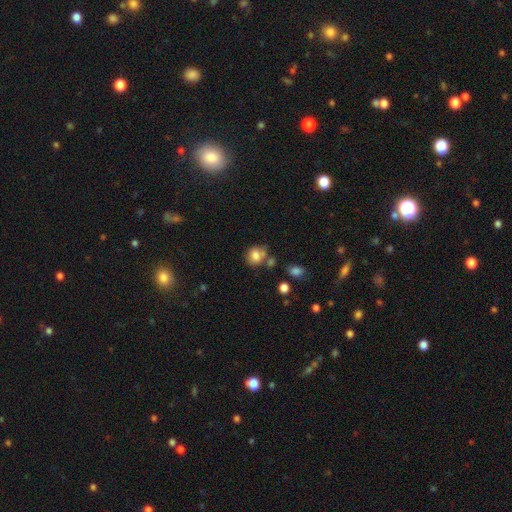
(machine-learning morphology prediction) Q: Smooth or featured?
A: smooth (78%); runner-up: featured or disk (12%)
Q: How rounded?
A: round (60%); runner-up: in between (39%)
Q: Merging?
A: none (50%); runner-up: merger (23%)